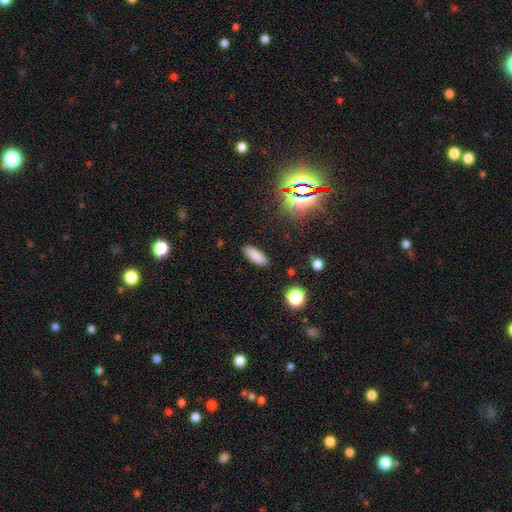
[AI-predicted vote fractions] The model was most divided on "how rounded": in between: 68%, cigar-shaped: 29%, round: 3%. More confident: merging — none (88%); smooth or featured — smooth (83%).